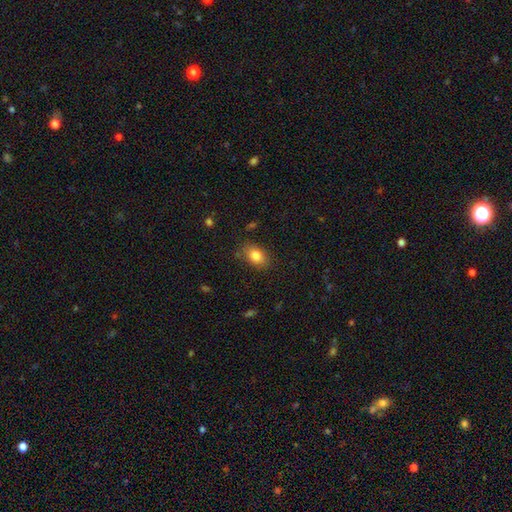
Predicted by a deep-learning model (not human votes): smooth-or-featured: smooth: 83% | star or artifact: 9% | featured or disk: 8%
  how-rounded: in between: 79% | round: 19% | cigar-shaped: 1%
  merging: none: 82% | minor disturbance: 13% | major disturbance: 4% | merger: 2%